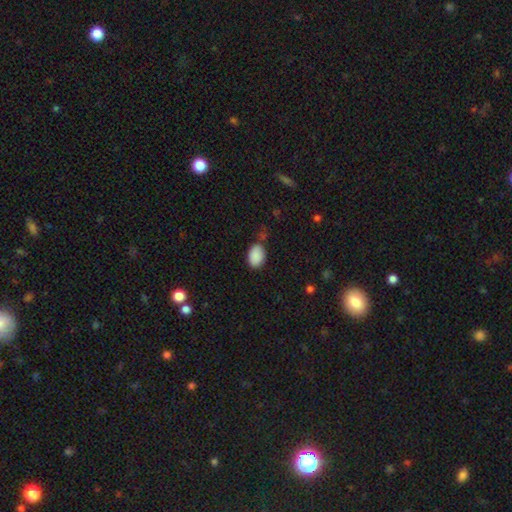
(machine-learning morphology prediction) Smooth or featured? smooth (89%)
How rounded? in between (85%)
Merging? none (73%)